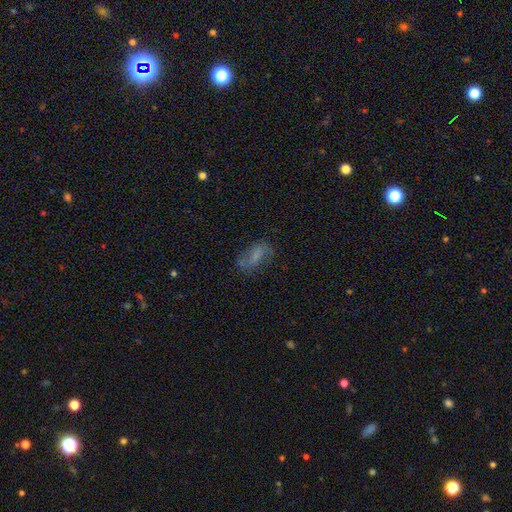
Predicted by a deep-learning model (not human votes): Smooth or featured: smooth — 48% (featured or disk — 39%)
Merging: none — 57% (minor disturbance — 24%)